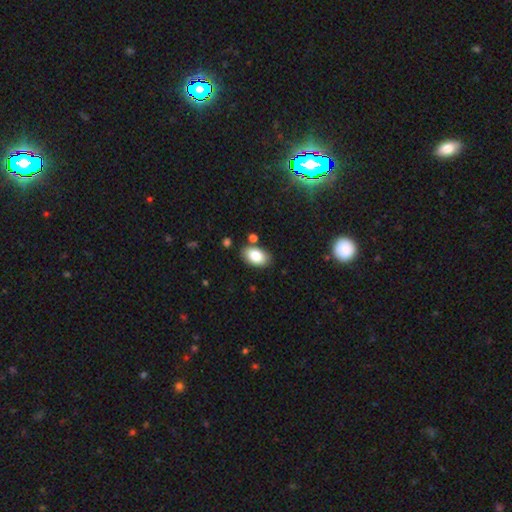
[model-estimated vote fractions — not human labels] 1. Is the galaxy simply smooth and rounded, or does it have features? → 83% smooth, 9% featured or disk, 8% star or artifact.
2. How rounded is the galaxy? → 92% in between, 7% round, 1% cigar-shaped.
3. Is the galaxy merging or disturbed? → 81% none, 11% minor disturbance, 5% merger, 3% major disturbance.